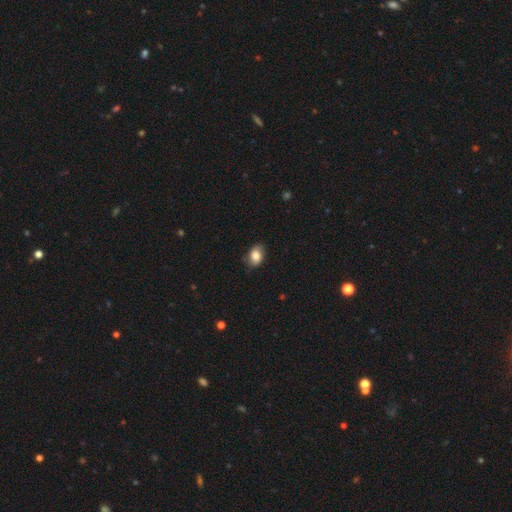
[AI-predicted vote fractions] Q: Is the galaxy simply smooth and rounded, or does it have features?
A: smooth — 80%.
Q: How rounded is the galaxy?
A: in between — 79%.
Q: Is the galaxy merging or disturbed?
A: none — 79%.